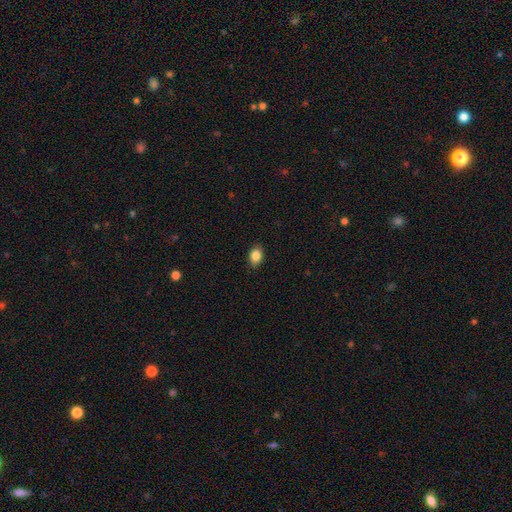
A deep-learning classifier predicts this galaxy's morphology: Smooth or featured: smooth — 85% (star or artifact — 9%)
How rounded: in between — 71% (round — 28%)
Merging: none — 87% (minor disturbance — 10%)